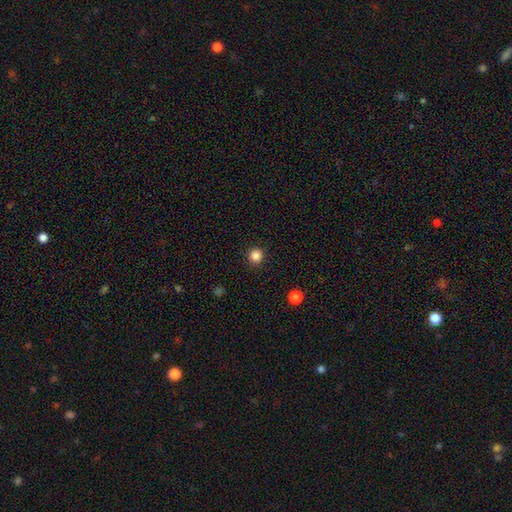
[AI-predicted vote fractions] Smooth or featured? Predicted: smooth (p=0.84). How rounded? Predicted: round (p=0.95). Merging? Predicted: none (p=0.92).